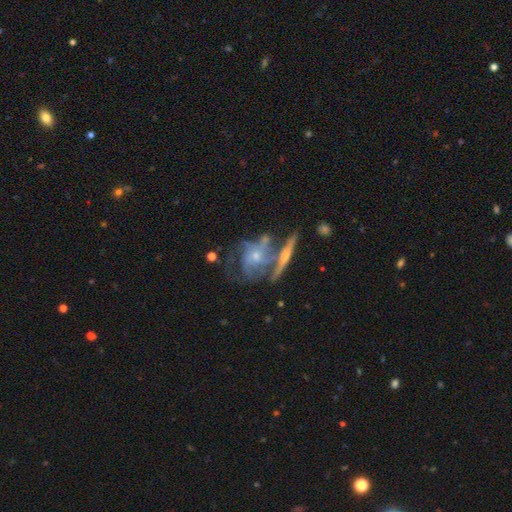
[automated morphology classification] Smooth or featured? Predicted: featured or disk (p=0.73). Edge-on disk? Predicted: no (p=0.88). Bar? Predicted: no (p=0.75). Spiral arms? Predicted: yes (p=0.76). Bulge size? Predicted: small (p=0.54). Merging? Predicted: none (p=0.37).